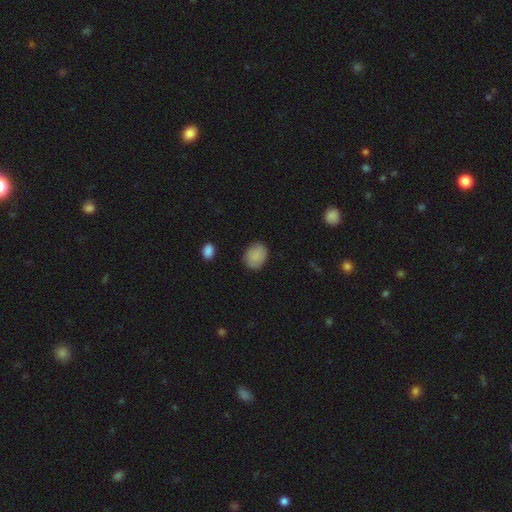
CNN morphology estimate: smooth-or-featured: smooth: 87% | star or artifact: 8% | featured or disk: 6%
  how-rounded: in between: 54% | round: 45% | cigar-shaped: 1%
  merging: none: 83% | minor disturbance: 13% | major disturbance: 3% | merger: 1%